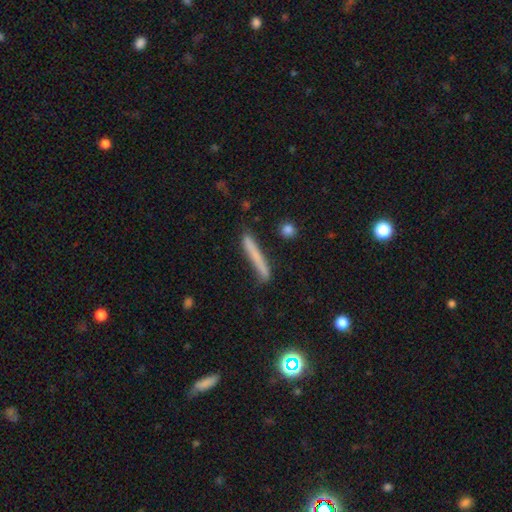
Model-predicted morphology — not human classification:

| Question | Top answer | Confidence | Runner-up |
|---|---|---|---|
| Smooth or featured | smooth | 66% | featured or disk (26%) |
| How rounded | cigar-shaped | 96% | in between (3%) |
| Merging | none | 80% | minor disturbance (14%) |